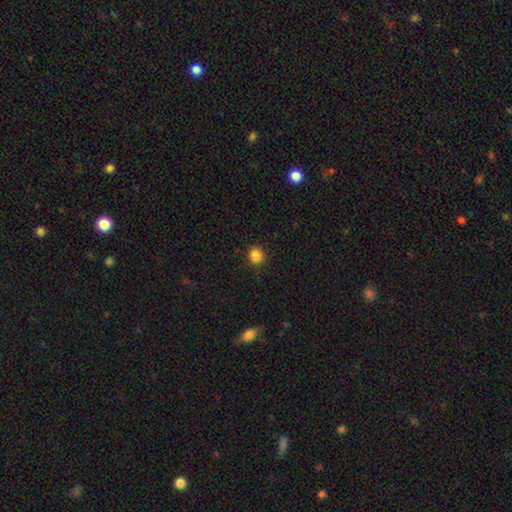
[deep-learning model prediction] A smooth galaxy with no disk features (85%) that is round (66%).

Vote fractions:
- Smooth or featured? smooth: 85% / star or artifact: 12% / featured or disk: 3%
- How rounded? round: 66% / in between: 33% / cigar-shaped: 1%
- Merging? none: 84% / minor disturbance: 11% / major disturbance: 3% / merger: 2%